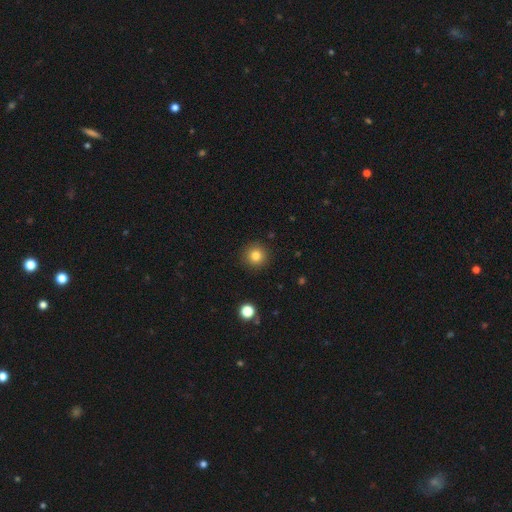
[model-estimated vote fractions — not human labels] This appears to be a smooth galaxy with no disk features (82%) that is round (95%). Merging: none (91%).